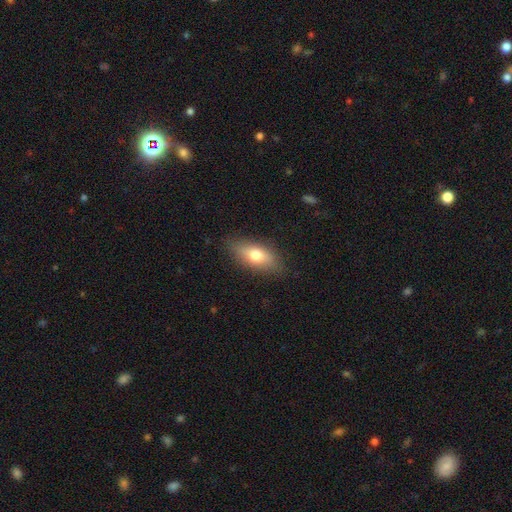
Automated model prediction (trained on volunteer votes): Overall: smooth (71%). How rounded: in between (79%). Merging: none (85%).